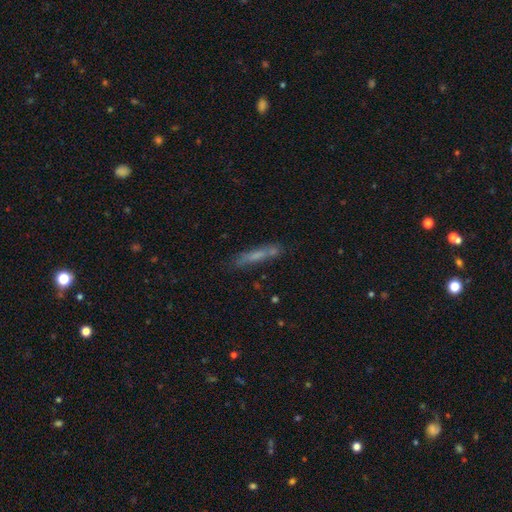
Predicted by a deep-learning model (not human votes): smooth-or-featured: smooth: 59% | featured or disk: 32% | star or artifact: 9%
  how-rounded: cigar-shaped: 92% | in between: 7% | round: 2%
  merging: none: 70% | minor disturbance: 17% | merger: 7% | major disturbance: 5%